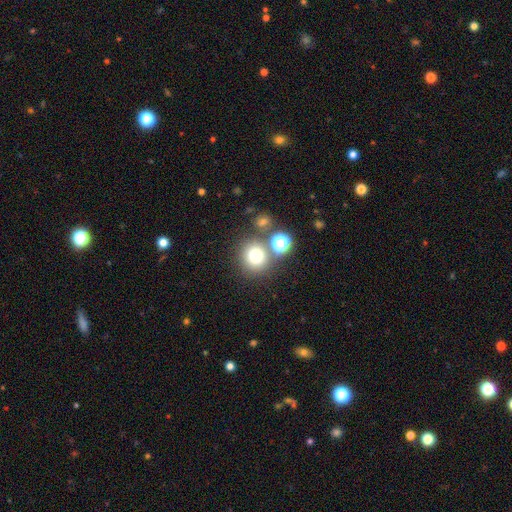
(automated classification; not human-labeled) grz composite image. It shows a smooth galaxy with no disk features (74%) that is round (90%). Merging: none (71%).